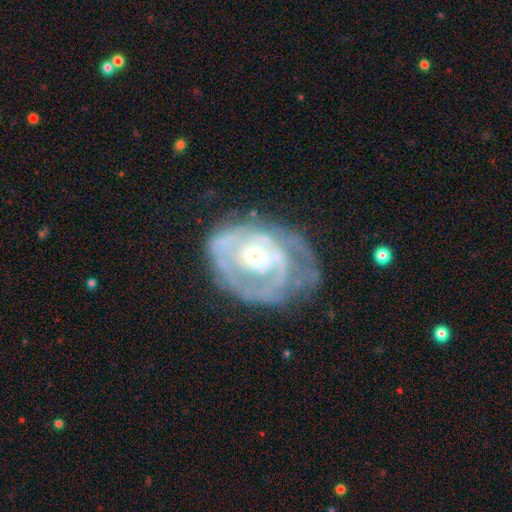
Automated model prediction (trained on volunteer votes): This appears to be a featured or disk galaxy (81%) with no bar (76%), tight (65%) spiral arms (77%) and a small central bulge (50%). Merging: none (50%).